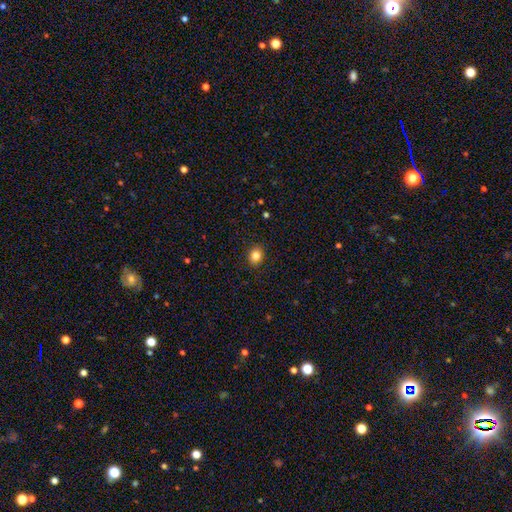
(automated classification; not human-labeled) A smooth galaxy with no disk features (84%) that is round (58%). Merging: none (90%).